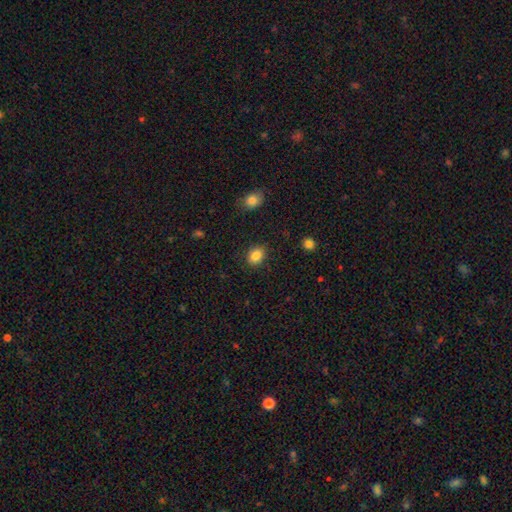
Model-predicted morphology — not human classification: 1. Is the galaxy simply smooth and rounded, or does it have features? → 86% smooth, 9% star or artifact, 5% featured or disk.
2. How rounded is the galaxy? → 54% in between, 45% round, 1% cigar-shaped.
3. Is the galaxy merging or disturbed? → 87% none, 9% minor disturbance, 3% major disturbance, 1% merger.